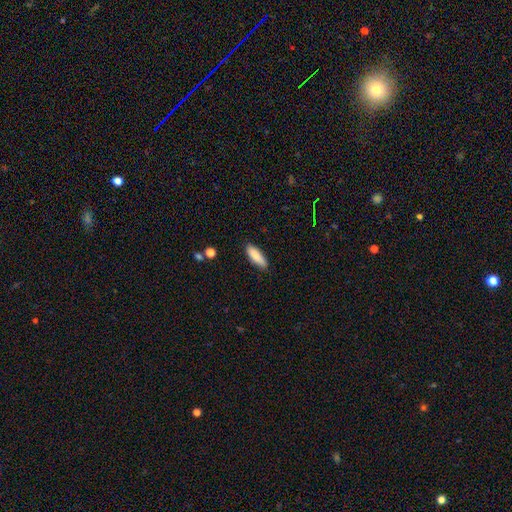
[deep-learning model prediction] Smooth or featured?
  - smooth: 85% *
  - featured or disk: 9%
  - star or artifact: 6%
How rounded?
  - in between: 54% *
  - cigar-shaped: 45%
  - round: 2%
Merging?
  - none: 85% *
  - minor disturbance: 12%
  - major disturbance: 2%
  - merger: 1%